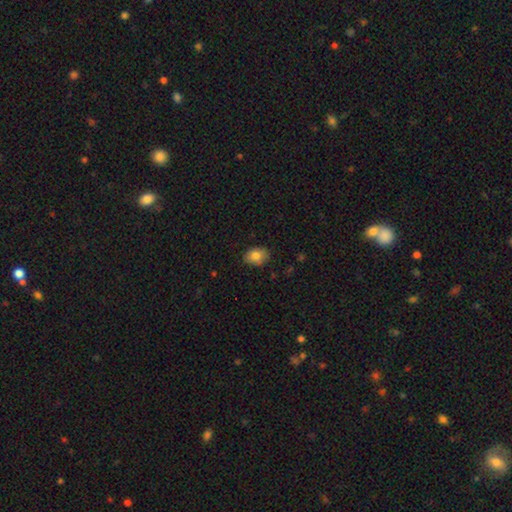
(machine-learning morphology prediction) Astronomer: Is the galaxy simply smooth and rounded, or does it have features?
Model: smooth — 81%.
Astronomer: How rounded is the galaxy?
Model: in between — 77%.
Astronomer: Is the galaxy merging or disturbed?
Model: none — 80%.